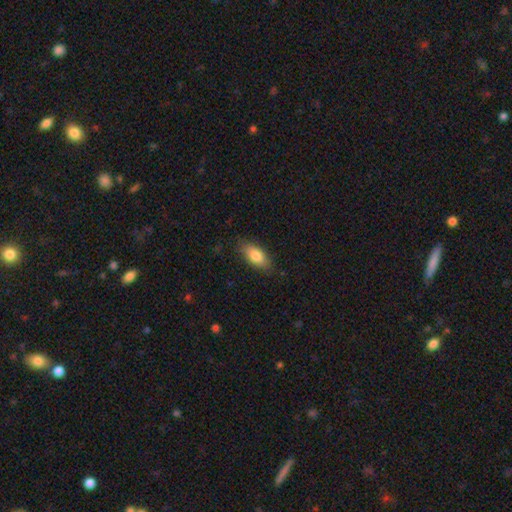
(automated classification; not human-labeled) Smooth or featured: smooth — 82% (featured or disk — 11%)
How rounded: in between — 86% (cigar-shaped — 11%)
Merging: none — 82% (minor disturbance — 14%)